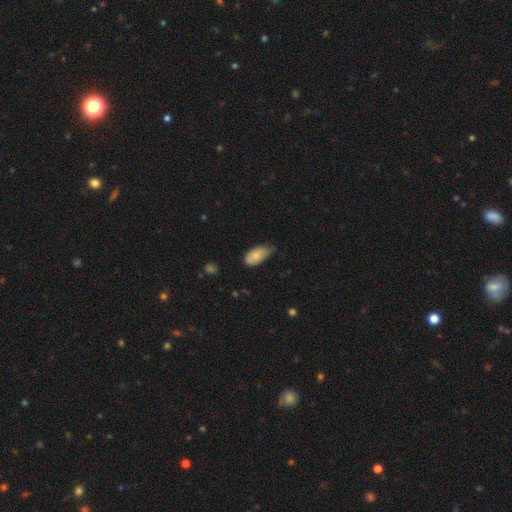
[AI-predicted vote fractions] This is clearly a smooth galaxy (80%). How rounded: clearly in between (94%). Merging: possibly none (54%).